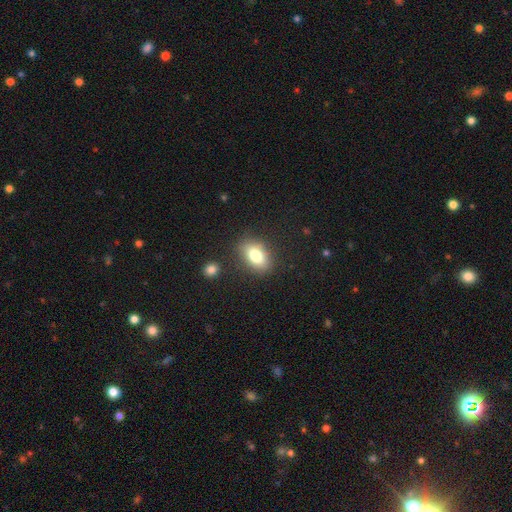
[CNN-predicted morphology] The model was most divided on "smooth or featured": smooth: 80%, featured or disk: 11%, star or artifact: 9%. More confident: how rounded — in between (84%); merging — none (82%).